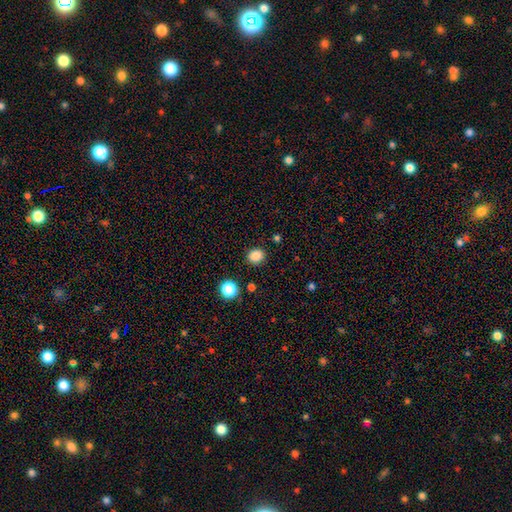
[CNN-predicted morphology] Overall: smooth (84%). How rounded: round (78%). Merging: none (89%).